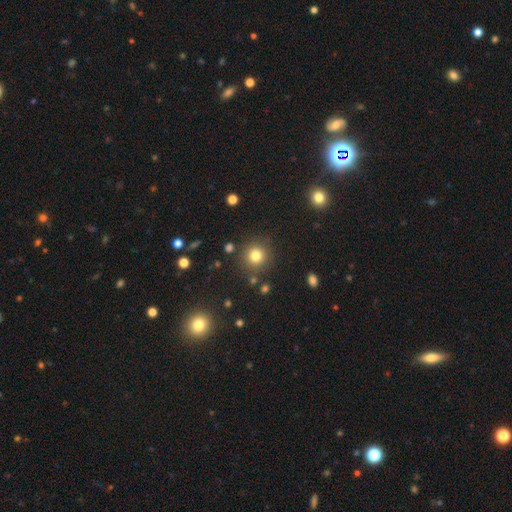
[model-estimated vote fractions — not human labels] Smooth or featured: smooth — 80% (star or artifact — 14%)
How rounded: round — 93% (in between — 6%)
Merging: none — 86% (minor disturbance — 8%)